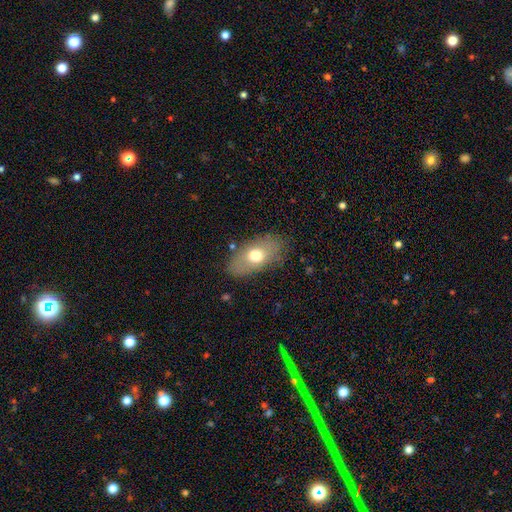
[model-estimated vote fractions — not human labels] Overall: smooth (67%). How rounded: in between (88%). Merging: none (78%).